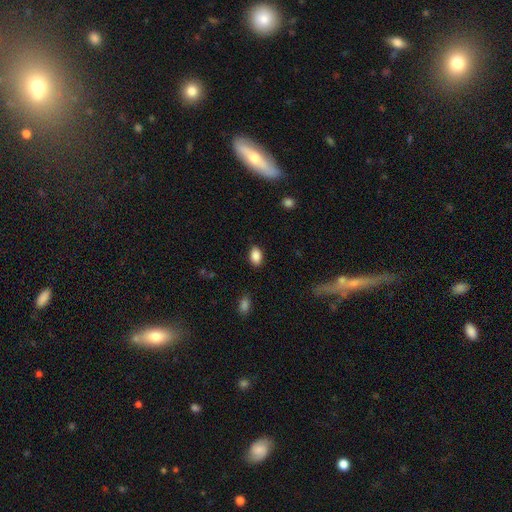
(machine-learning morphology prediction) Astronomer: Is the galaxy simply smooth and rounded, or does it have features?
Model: smooth — 88%.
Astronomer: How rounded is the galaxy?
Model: in between — 90%.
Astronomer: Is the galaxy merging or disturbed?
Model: none — 85%.